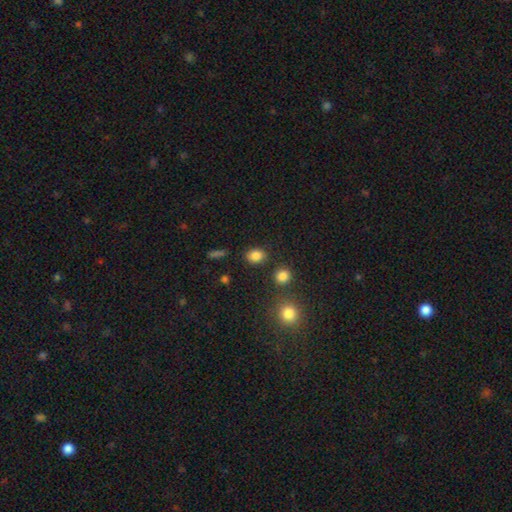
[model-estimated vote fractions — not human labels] Overall: smooth (84%). How rounded: in between (54%; round 45%). Merging: none (82%).